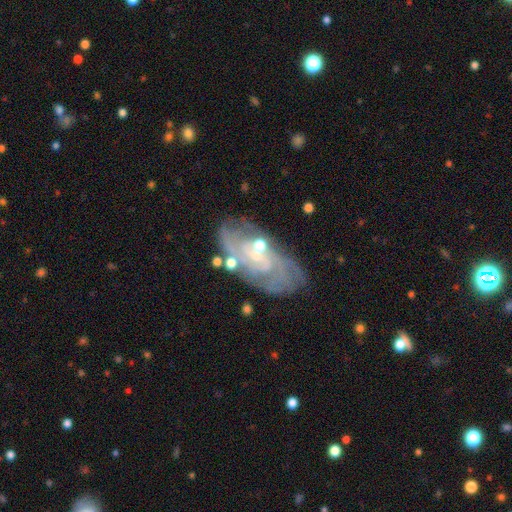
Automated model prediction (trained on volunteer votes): smooth_or_featured: featured or disk (p=0.80) [alt: smooth p=0.12]
disk_edge_on: no (p=0.94) [alt: yes p=0.06]
bar: no (p=0.62) [alt: weak p=0.31]
has_spiral_arms: yes (p=0.89) [alt: no p=0.11]
spiral_winding: tight (p=0.59) [alt: medium p=0.32]
spiral_arm_count: can't tell (p=0.42) [alt: 2 p=0.21]
bulge_size: small (p=0.68) [alt: moderate p=0.23]
merging: none (p=0.72) [alt: minor disturbance p=0.17]